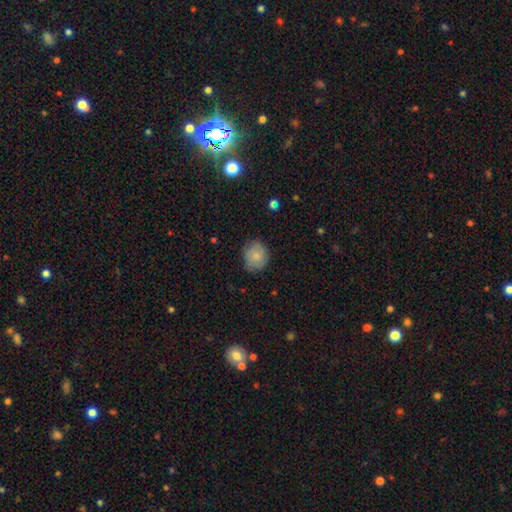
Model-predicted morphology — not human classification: type=smooth (80%); roundness=round (78%); merging=none (78%).